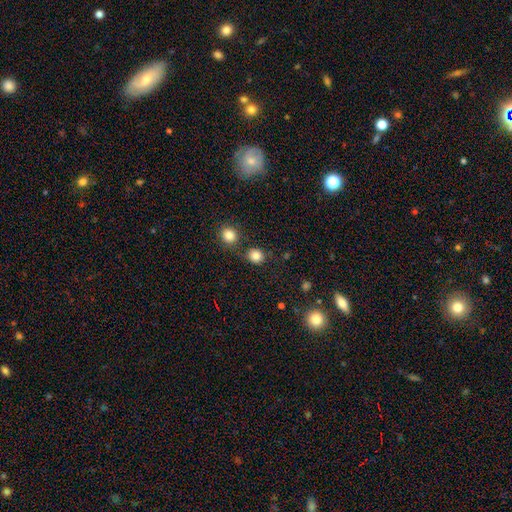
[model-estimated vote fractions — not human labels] Smooth or featured: smooth — 84% (star or artifact — 12%)
How rounded: round — 85% (in between — 14%)
Merging: none — 76% (merger — 12%)